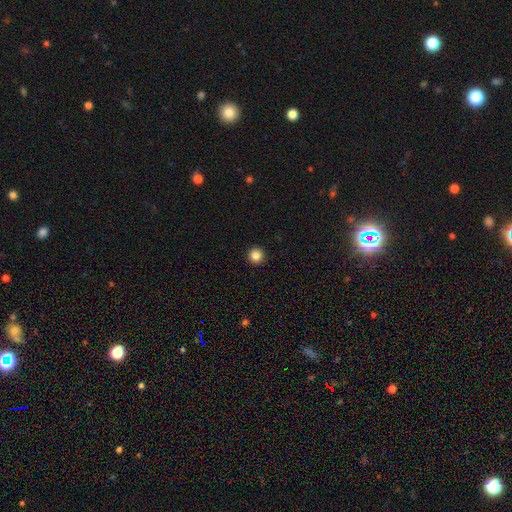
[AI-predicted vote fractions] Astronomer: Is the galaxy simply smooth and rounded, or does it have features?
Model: smooth — 85%.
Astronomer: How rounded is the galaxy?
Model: round — 96%.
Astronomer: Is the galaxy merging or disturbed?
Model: none — 94%.